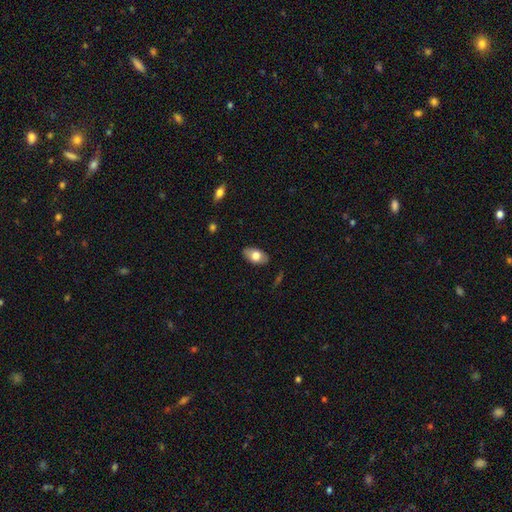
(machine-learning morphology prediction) Smooth or featured?
  - smooth: 71% *
  - featured or disk: 22%
  - star or artifact: 7%
How rounded?
  - in between: 92% *
  - round: 6%
  - cigar-shaped: 2%
Merging?
  - none: 84% *
  - minor disturbance: 12%
  - major disturbance: 2%
  - merger: 1%